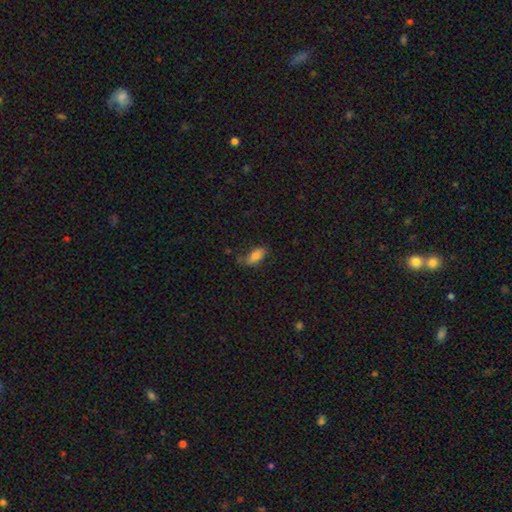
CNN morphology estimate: This appears to be a smooth galaxy with no disk features (77%) that is in between round and cigar-shaped (85%). Merging: none (57%).